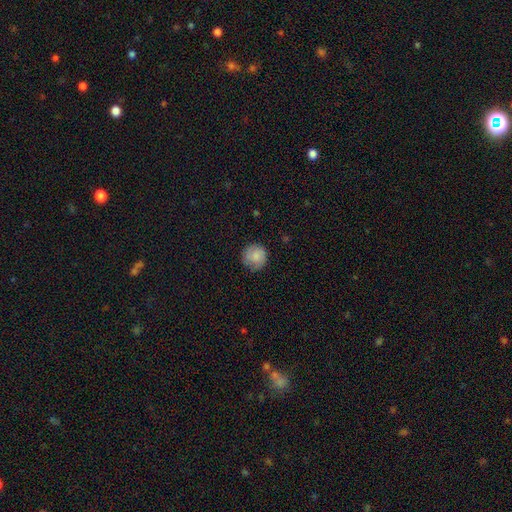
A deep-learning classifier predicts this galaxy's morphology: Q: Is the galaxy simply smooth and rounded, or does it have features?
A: smooth — 83%.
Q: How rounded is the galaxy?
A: round — 92%.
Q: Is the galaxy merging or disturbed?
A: none — 79%.